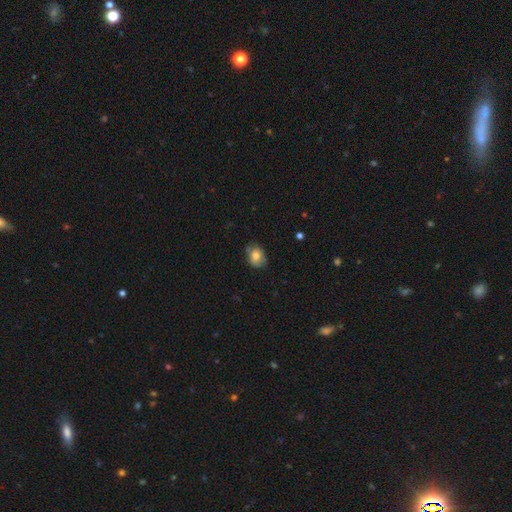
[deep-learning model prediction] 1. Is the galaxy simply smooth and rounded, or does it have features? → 74% smooth, 18% featured or disk, 8% star or artifact.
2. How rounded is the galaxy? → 63% in between, 36% round, 1% cigar-shaped.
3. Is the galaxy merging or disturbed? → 64% none, 28% minor disturbance, 7% major disturbance, 2% merger.